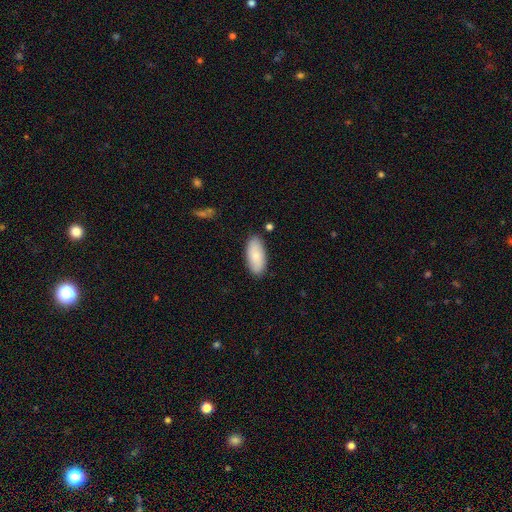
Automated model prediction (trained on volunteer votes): A smooth galaxy with no disk features (79%) that is in between round and cigar-shaped (92%). Merging: none (84%).